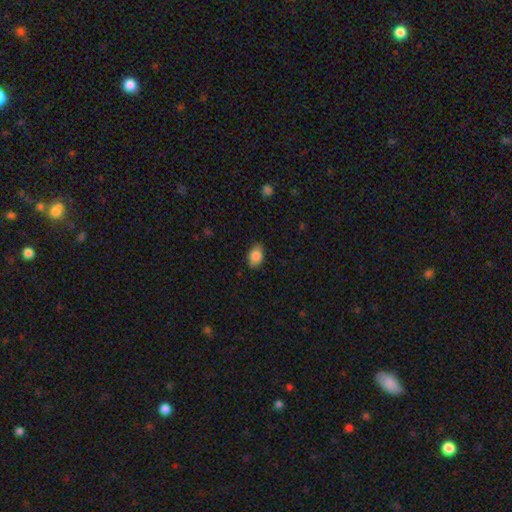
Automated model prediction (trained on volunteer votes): smooth_or_featured: smooth (p=0.85) [alt: star or artifact p=0.08]
how_rounded: in between (p=0.87) [alt: round p=0.12]
merging: none (p=0.81) [alt: minor disturbance p=0.15]